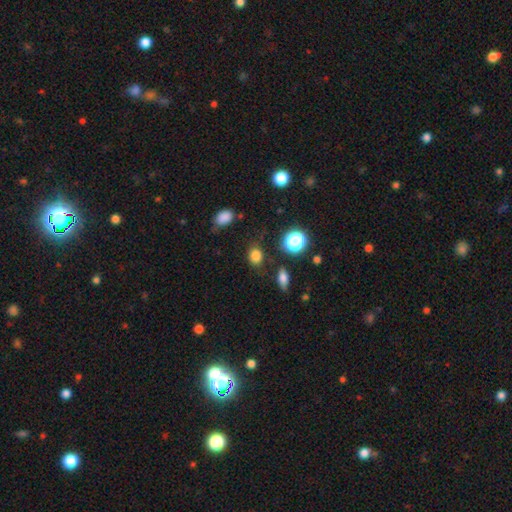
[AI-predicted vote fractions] Smooth or featured? Predicted: smooth (p=0.79). How rounded? Predicted: round (p=0.53). Merging? Predicted: none (p=0.78).